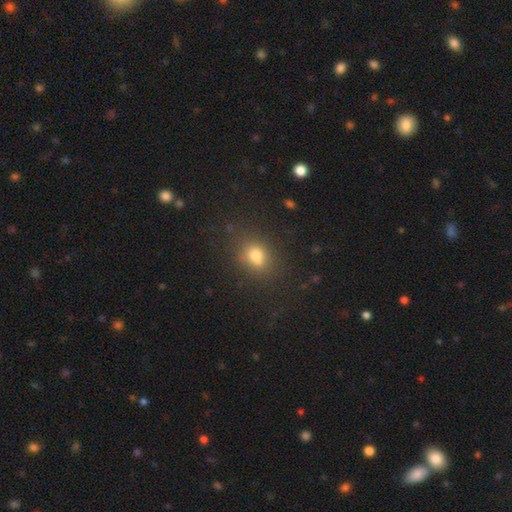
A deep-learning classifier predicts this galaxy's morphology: smooth 73%, star or artifact 17%, featured or disk 10%. Down the decision tree: how rounded — round (49%, tied with in between); merging — none (69%).